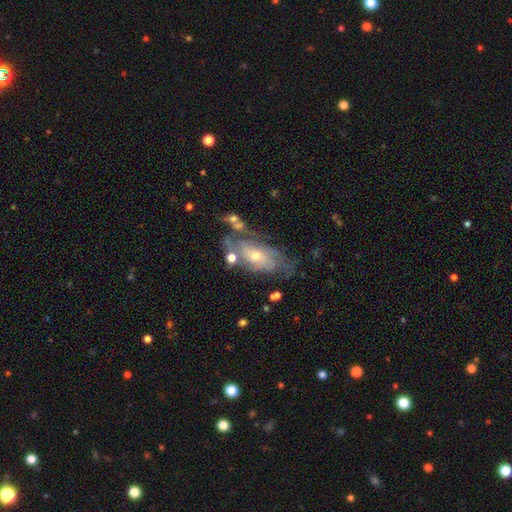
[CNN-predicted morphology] featured or disk 76%, smooth 16%, star or artifact 7%. Down the decision tree: edge-on disk — no (92%); bar — no (71%); spiral arms — yes (84%); spiral arm count — can't tell (48%); spiral winding — tight (54%); bulge size — small (53%); merging — none (48%).